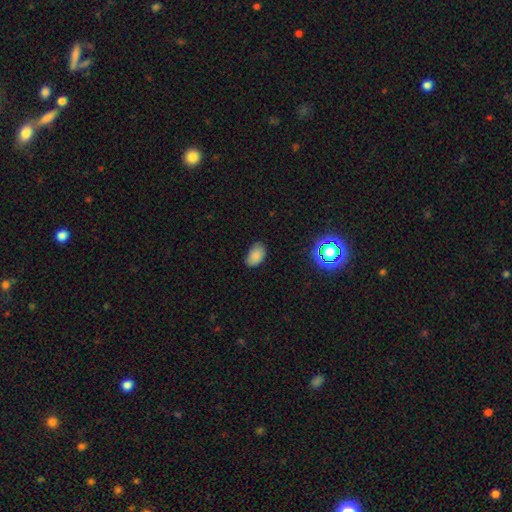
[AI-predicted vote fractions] This is clearly a smooth galaxy (82%). How rounded: clearly in between (90%). Merging: likely none (77%).